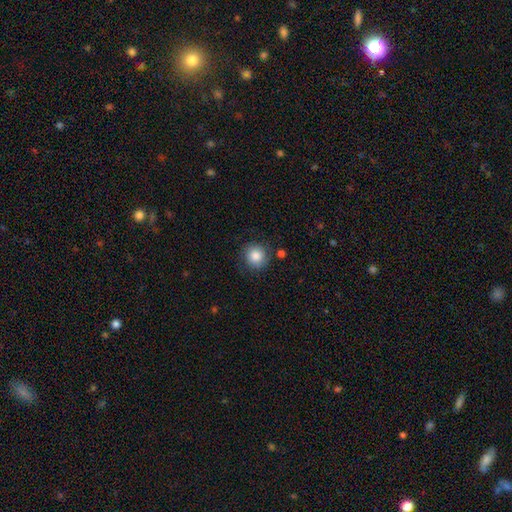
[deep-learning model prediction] The model was most divided on "merging": none: 84%, minor disturbance: 11%, major disturbance: 3%, merger: 3%. More confident: how rounded — round (92%); smooth or featured — smooth (84%).